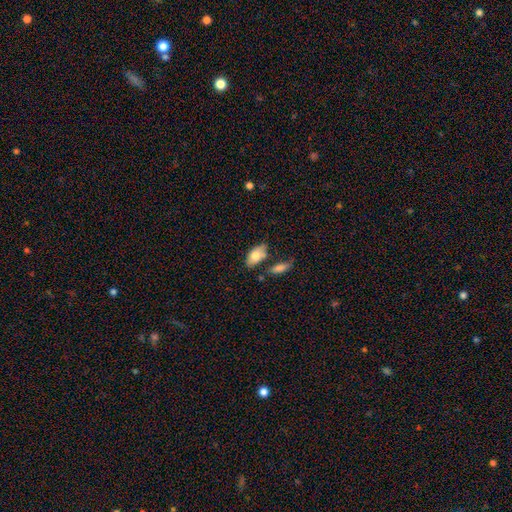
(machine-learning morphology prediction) Overall: smooth (77%). How rounded: in between (92%). Merging: none (62%).